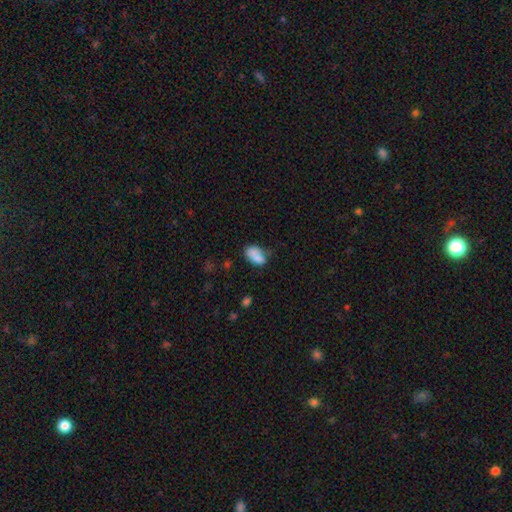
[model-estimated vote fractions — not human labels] A smooth galaxy with no disk features (75%) that is in between round and cigar-shaped (86%). Merging: none (35%).